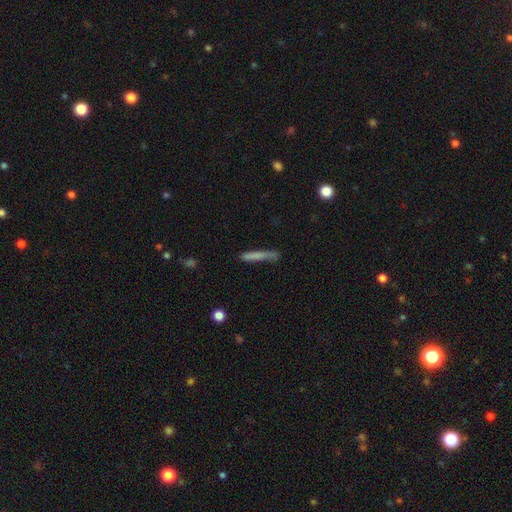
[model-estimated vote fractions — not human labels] This is possibly a smooth galaxy (47%). Merging: likely none (80%).